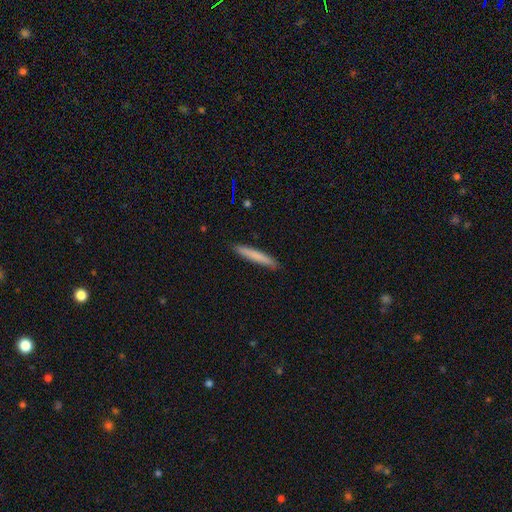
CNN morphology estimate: Smooth or featured: smooth — 78% (featured or disk — 16%)
How rounded: cigar-shaped — 95% (in between — 4%)
Merging: none — 90% (minor disturbance — 7%)